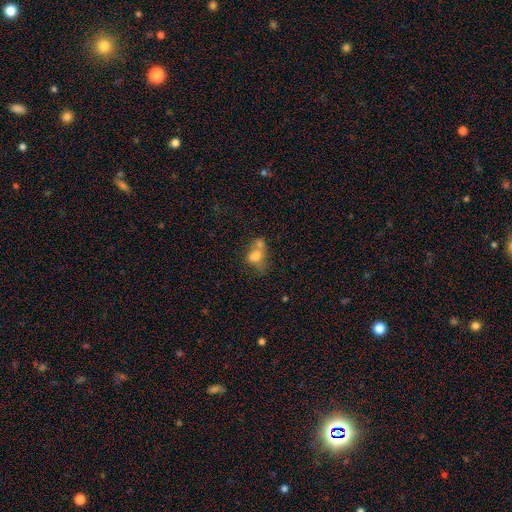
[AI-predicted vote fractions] Morphology: type=smooth (68%); roundness=in between (62%); merging=merger (53%).